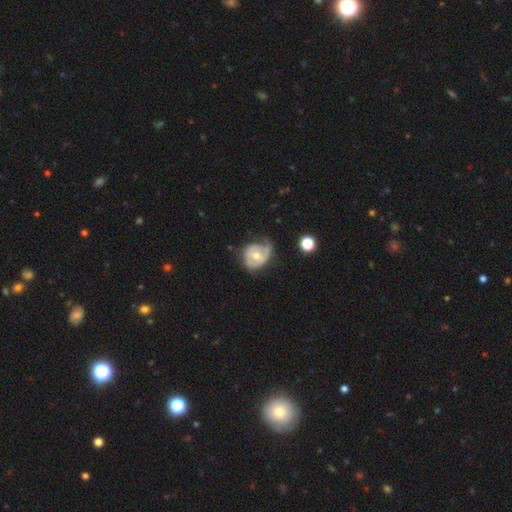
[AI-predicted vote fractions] Smooth or featured? featured or disk (65%)
Edge-on disk? no (97%)
Bar? no (71%)
Spiral arms? yes (74%)
Bulge size? moderate (64%)
Merging? none (37%)